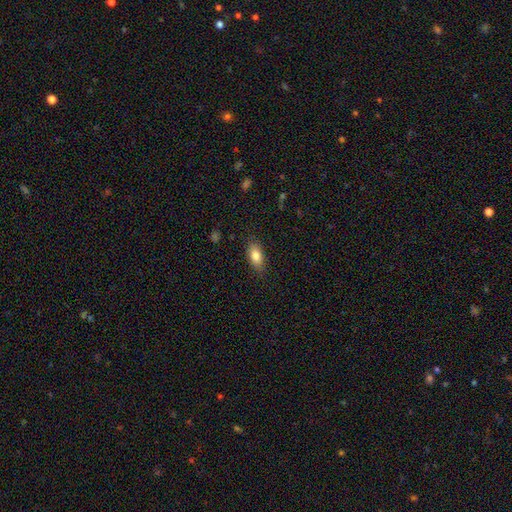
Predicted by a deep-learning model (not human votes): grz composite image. It shows a smooth galaxy with no disk features (82%) that is in between round and cigar-shaped (88%). Merging: none (84%).